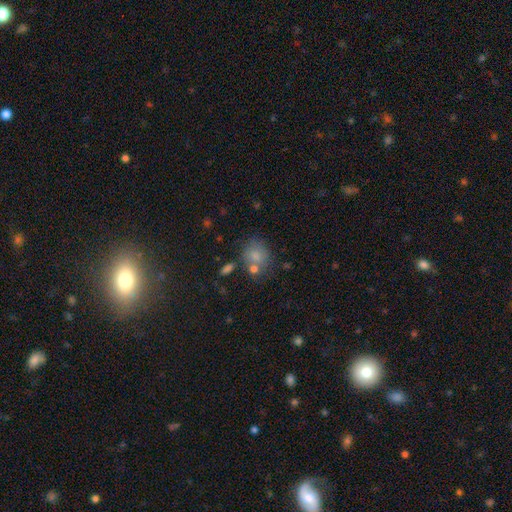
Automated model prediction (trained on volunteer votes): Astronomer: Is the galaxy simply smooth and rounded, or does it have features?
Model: smooth — 77%.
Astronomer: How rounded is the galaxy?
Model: round — 62%.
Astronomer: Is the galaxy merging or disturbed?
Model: none — 55%.